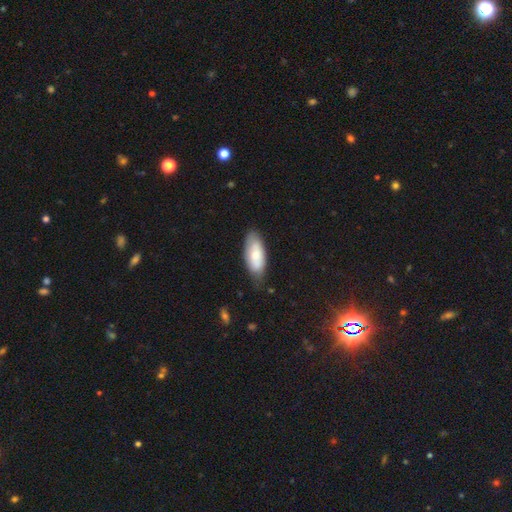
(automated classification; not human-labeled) Morphology: type=smooth (74%); roundness=in between (83%); merging=none (66%).